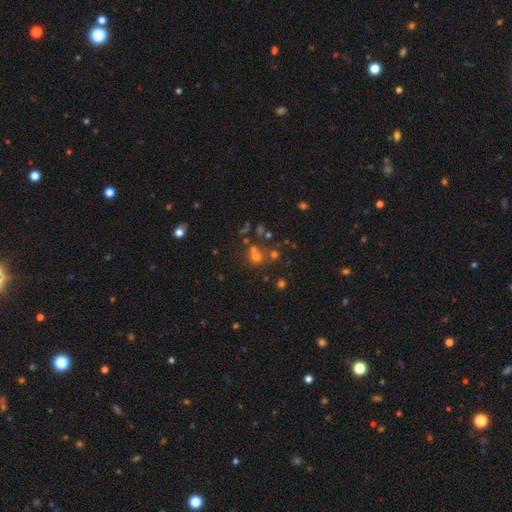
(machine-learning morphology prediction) A smooth galaxy with no disk features (58%) that is round (85%). Merging: none (52%).